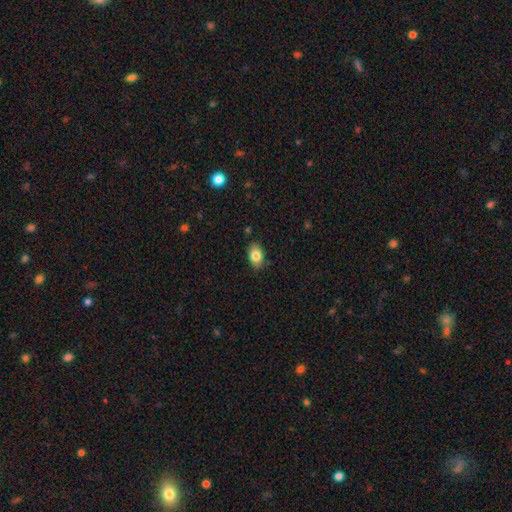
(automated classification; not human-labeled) Overall: smooth (83%). How rounded: in between (86%). Merging: none (85%).